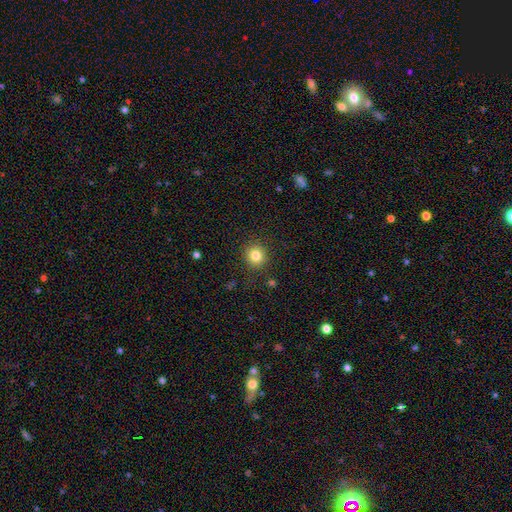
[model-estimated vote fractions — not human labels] smooth_or_featured: smooth (p=0.82) [alt: star or artifact p=0.12]
how_rounded: round (p=0.90) [alt: in between p=0.09]
merging: none (p=0.89) [alt: minor disturbance p=0.07]